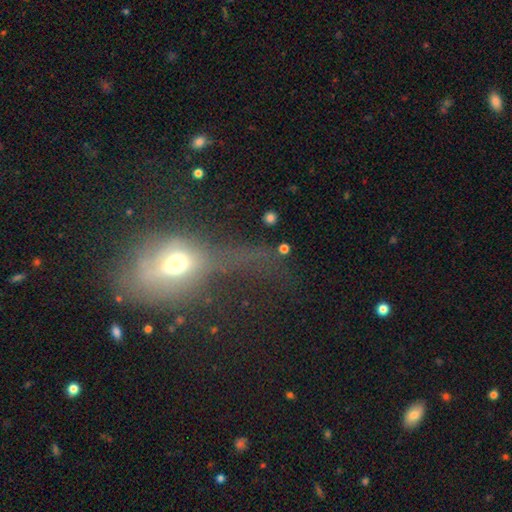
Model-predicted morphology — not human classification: type=smooth (45%); merging=major disturbance (53%).